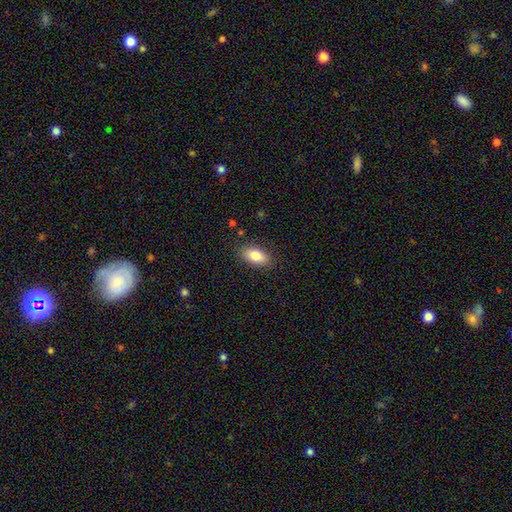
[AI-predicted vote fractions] Smooth or featured? smooth (81%)
How rounded? in between (90%)
Merging? none (85%)